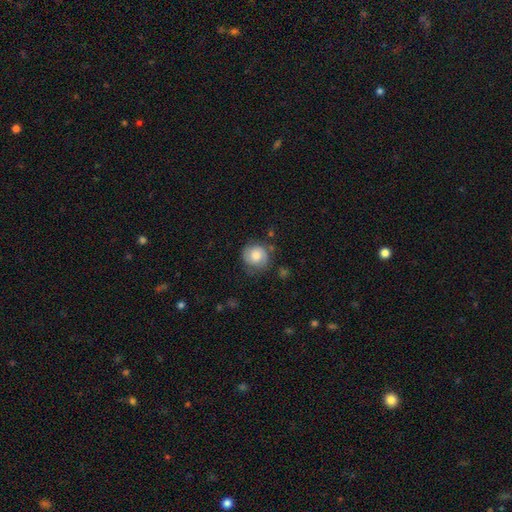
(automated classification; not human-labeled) This is possibly a smooth galaxy (60%). How rounded: clearly round (87%). Merging: likely none (72%).